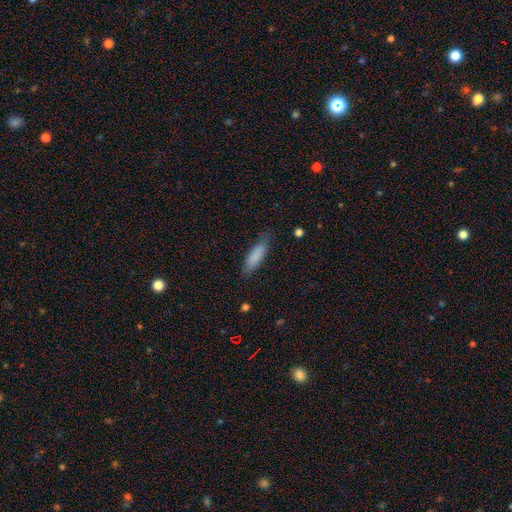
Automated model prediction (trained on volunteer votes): A smooth galaxy with no disk features (85%) that is cigar-shaped (56%).

Vote fractions:
- Smooth or featured? smooth: 85% / featured or disk: 9% / star or artifact: 6%
- How rounded? cigar-shaped: 56% / in between: 43% / round: 1%
- Merging? none: 79% / minor disturbance: 17% / major disturbance: 4% / merger: 1%